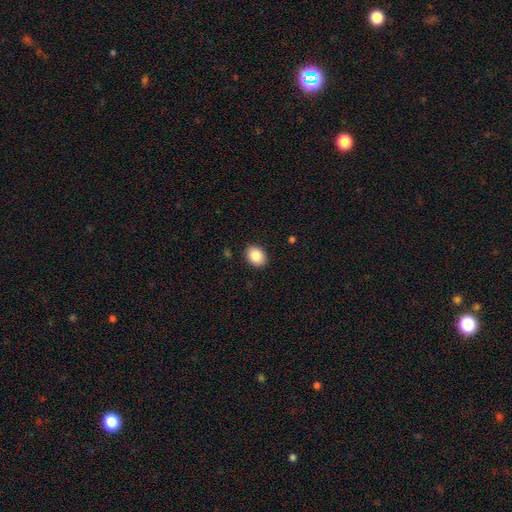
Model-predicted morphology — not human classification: smooth-or-featured: smooth: 87% | star or artifact: 8% | featured or disk: 5%
  how-rounded: in between: 63% | round: 36% | cigar-shaped: 1%
  merging: none: 89% | minor disturbance: 8% | major disturbance: 2% | merger: 1%